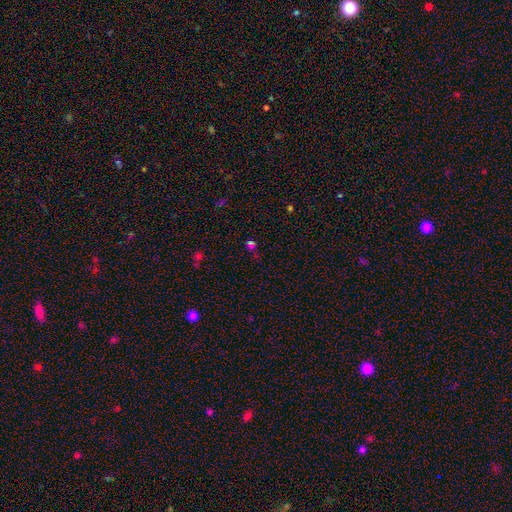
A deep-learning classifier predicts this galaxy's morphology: This appears to be a star or artifact, not a galaxy (51%).